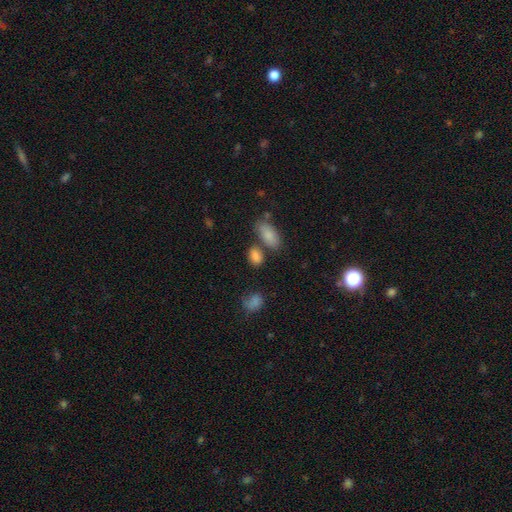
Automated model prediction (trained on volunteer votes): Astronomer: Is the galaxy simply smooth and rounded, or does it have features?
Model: smooth — 83%.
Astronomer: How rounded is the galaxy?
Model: in between — 82%.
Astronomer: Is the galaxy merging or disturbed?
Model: none — 62%.